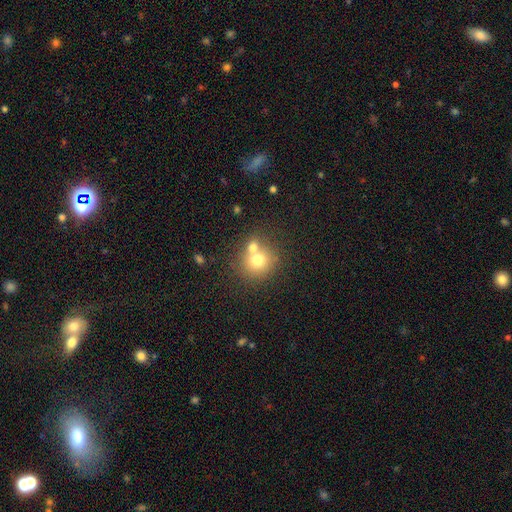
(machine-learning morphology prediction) smooth 69%, featured or disk 17%, star or artifact 14%. Down the decision tree: how rounded — round (84%); merging — none (49%).